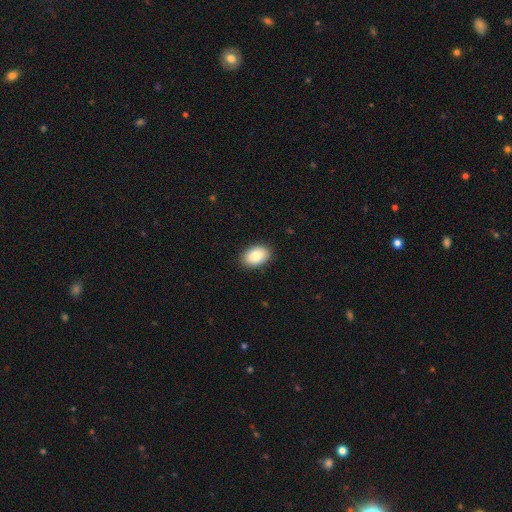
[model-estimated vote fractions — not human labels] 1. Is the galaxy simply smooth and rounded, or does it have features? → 85% smooth, 8% featured or disk, 7% star or artifact.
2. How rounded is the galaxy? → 86% in between, 13% round, 1% cigar-shaped.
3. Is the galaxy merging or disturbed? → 89% none, 8% minor disturbance, 2% major disturbance, 1% merger.